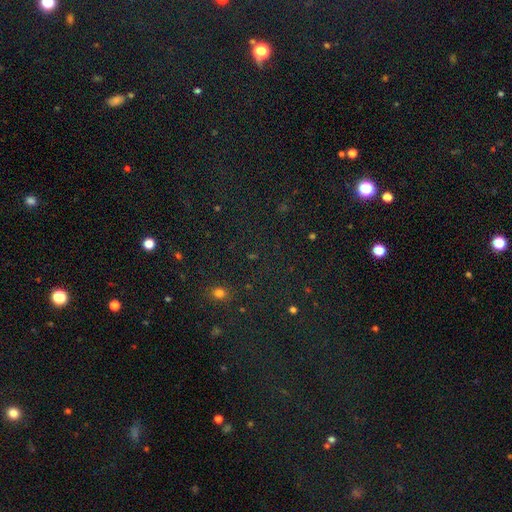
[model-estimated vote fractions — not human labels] Q: Smooth or featured?
A: star or artifact (76%); runner-up: smooth (16%)